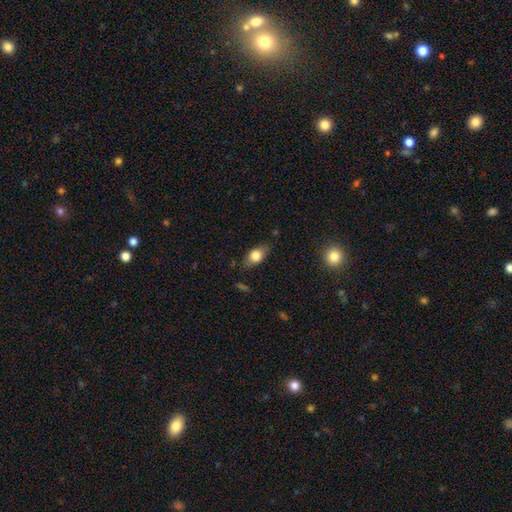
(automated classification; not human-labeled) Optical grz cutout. It shows a smooth galaxy with no disk features (75%) that is in between round and cigar-shaped (80%). Merging: none (76%).